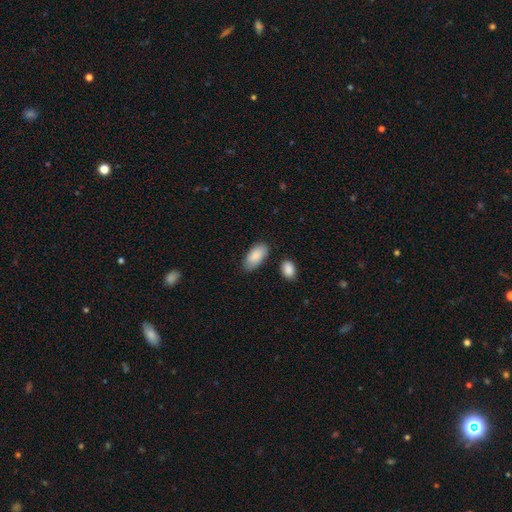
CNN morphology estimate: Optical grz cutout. It shows a smooth galaxy with no disk features (88%) that is in between round and cigar-shaped (93%). Merging: none (76%).